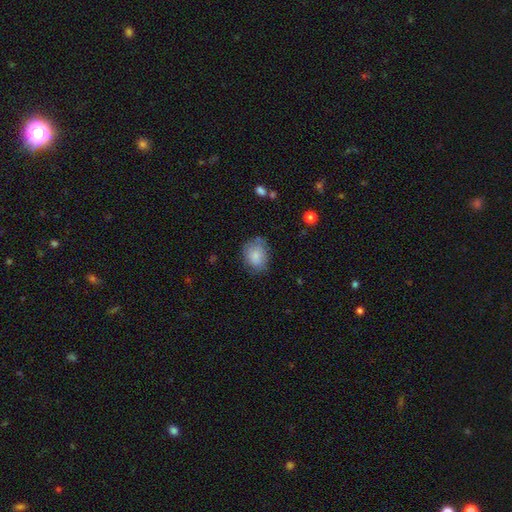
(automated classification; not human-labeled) Overall: smooth (79%). How rounded: in between (59%; round 40%). Merging: none (66%).